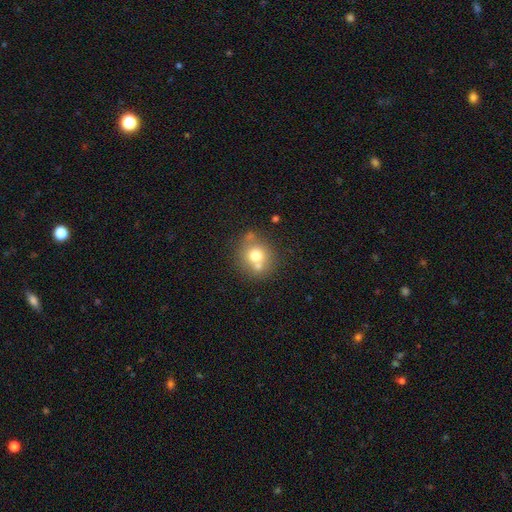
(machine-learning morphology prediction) The model was most divided on "merging": none: 55%, merger: 28%, minor disturbance: 12%, major disturbance: 4%. More confident: how rounded — round (83%); smooth or featured — smooth (70%).